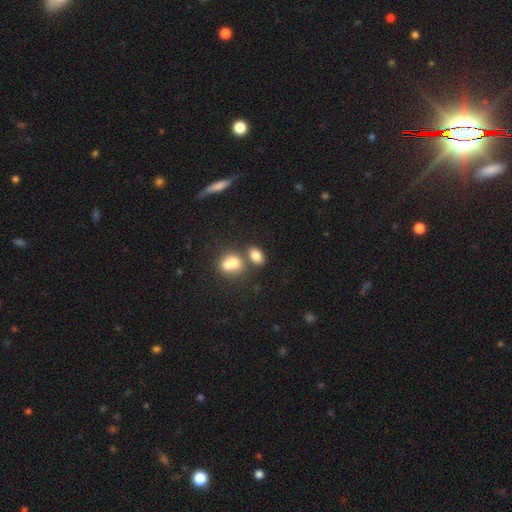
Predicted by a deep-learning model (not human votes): smooth 80%, star or artifact 10%, featured or disk 10%. Down the decision tree: how rounded — in between (82%); merging — none (51%).